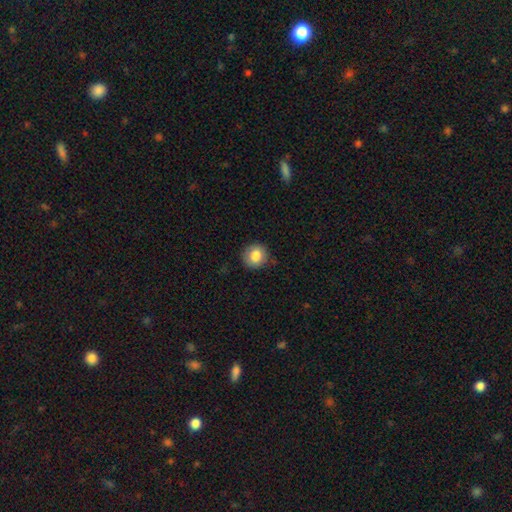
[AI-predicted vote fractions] A smooth galaxy with no disk features (84%) that is round (89%).

Vote fractions:
- Smooth or featured? smooth: 84% / star or artifact: 8% / featured or disk: 8%
- How rounded? round: 89% / in between: 10% / cigar-shaped: 1%
- Merging? none: 85% / minor disturbance: 11% / major disturbance: 2% / merger: 1%